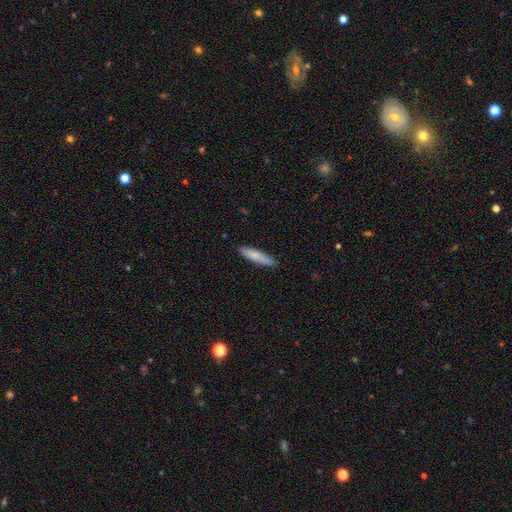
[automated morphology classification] smooth 79%, featured or disk 15%, star or artifact 6%. Down the decision tree: how rounded — cigar-shaped (84%); merging — none (88%).